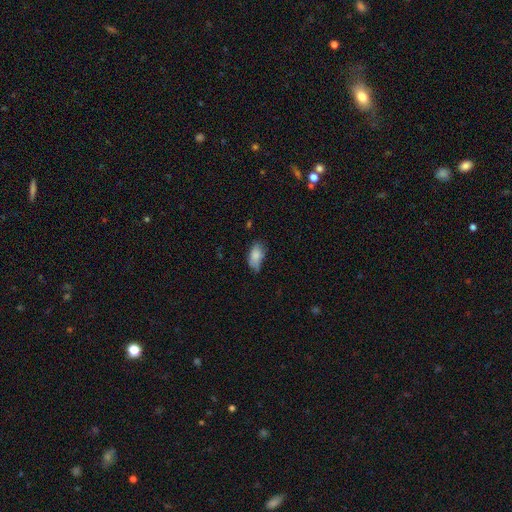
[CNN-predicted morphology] Smooth or featured: smooth — 82% (featured or disk — 11%)
How rounded: in between — 91% (round — 5%)
Merging: none — 51% (minor disturbance — 37%)